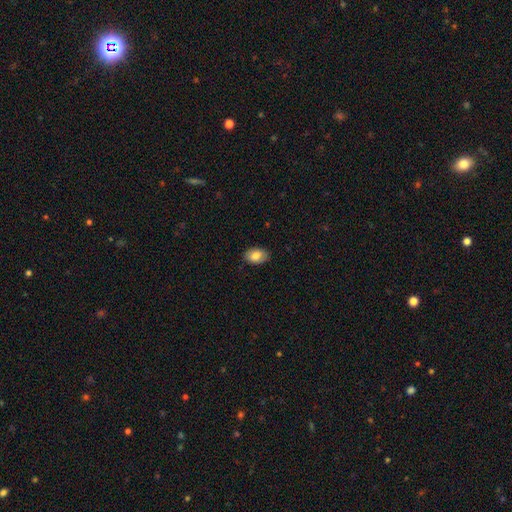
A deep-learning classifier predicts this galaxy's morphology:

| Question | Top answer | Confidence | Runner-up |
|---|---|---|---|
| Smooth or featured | smooth | 82% | featured or disk (11%) |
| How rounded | in between | 90% | round (8%) |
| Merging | none | 85% | minor disturbance (12%) |